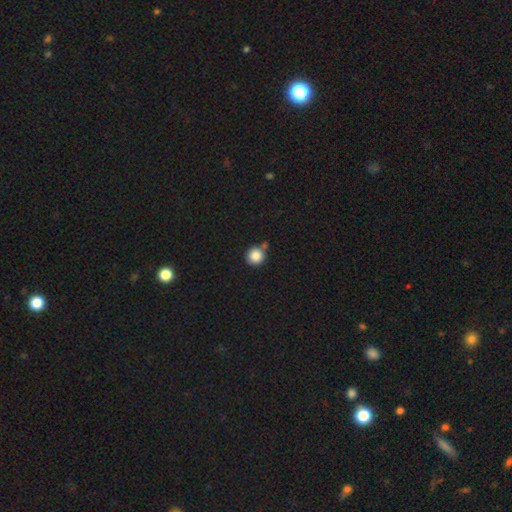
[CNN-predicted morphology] Smooth or featured? Predicted: smooth (p=0.86). How rounded? Predicted: round (p=0.94). Merging? Predicted: none (p=0.70).